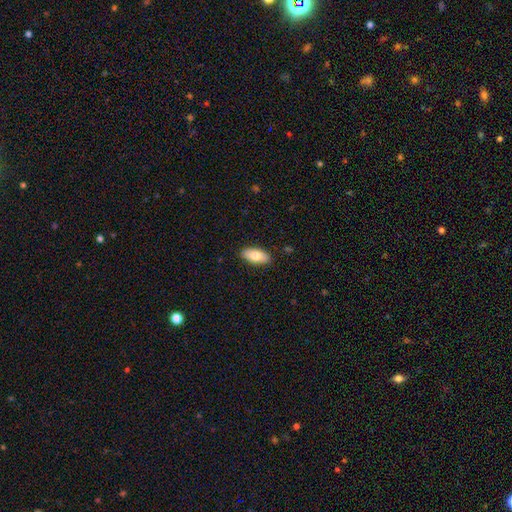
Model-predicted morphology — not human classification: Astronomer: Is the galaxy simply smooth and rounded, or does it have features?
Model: smooth — 80%.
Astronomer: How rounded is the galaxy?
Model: in between — 90%.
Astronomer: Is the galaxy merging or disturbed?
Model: none — 88%.